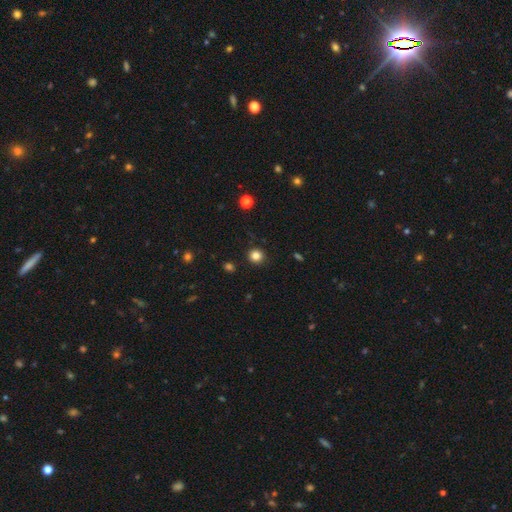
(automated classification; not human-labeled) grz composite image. It shows a smooth galaxy with no disk features (83%) that is round (92%). Merging: none (91%).